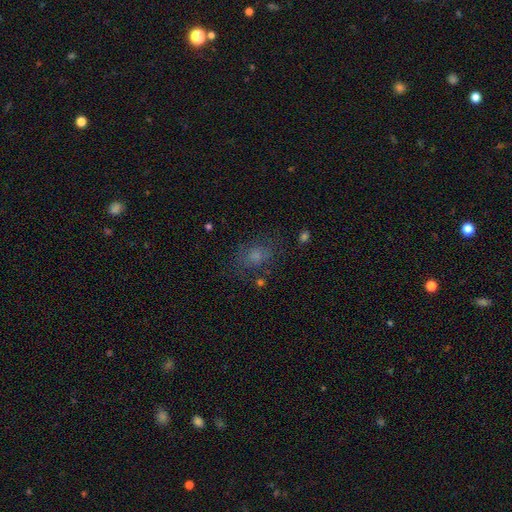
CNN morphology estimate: Overall: smooth (56%; star or artifact 22%). How rounded: in between (61%; round 37%). Merging: none (68%).